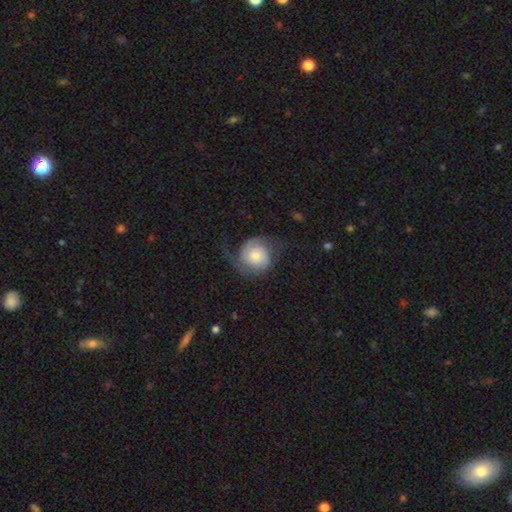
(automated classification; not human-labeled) smooth-or-featured: featured or disk: 76% | smooth: 18% | star or artifact: 6%
  disk-edge-on: no: 98% | yes: 2%
    bar: no: 73% | weak: 23% | strong: 4%
    has-spiral-arms: yes: 96% | no: 4%
      spiral-winding: medium: 38% | tight: 34% | loose: 28%
      spiral-arm-count: 2: 76% | can't tell: 7% | 1: 6% | 3: 6% | 4: 2% | more than 4: 2%
    bulge-size: moderate: 43% | small: 39% | large: 11% | none: 5% | dominant: 3%
  merging: none: 59% | major disturbance: 20% | minor disturbance: 20% | merger: 2%